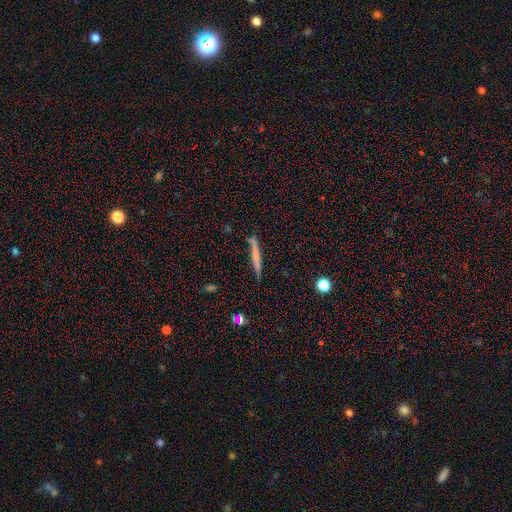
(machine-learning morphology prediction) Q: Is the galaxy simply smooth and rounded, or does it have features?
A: smooth — 56%.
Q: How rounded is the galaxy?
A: cigar-shaped — 96%.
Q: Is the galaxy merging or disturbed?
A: none — 84%.